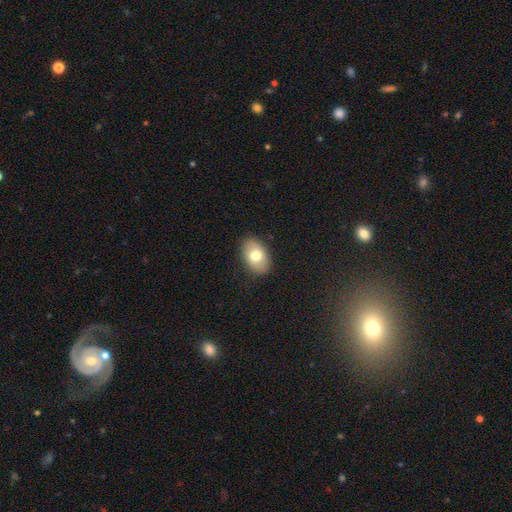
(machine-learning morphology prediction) The model was most divided on "smooth or featured": smooth: 75%, featured or disk: 17%, star or artifact: 7%. More confident: merging — none (88%); how rounded — in between (86%).